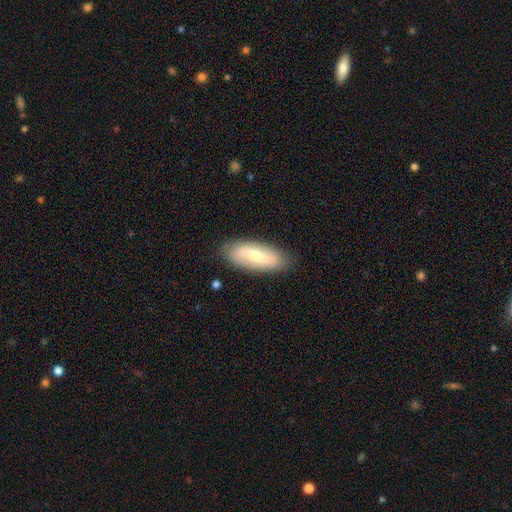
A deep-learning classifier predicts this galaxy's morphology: featured or disk 50%, smooth 45%, star or artifact 6%. Down the decision tree: merging — none (84%).